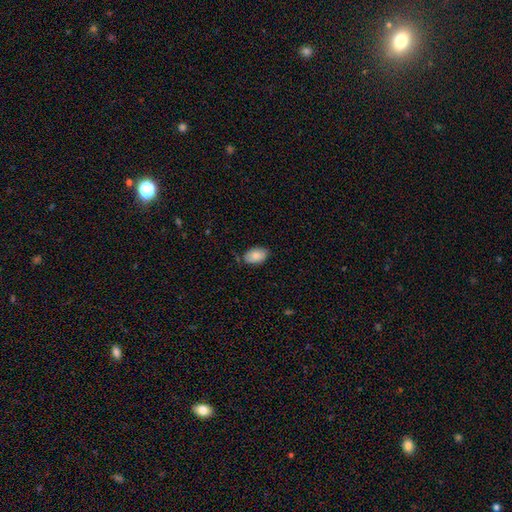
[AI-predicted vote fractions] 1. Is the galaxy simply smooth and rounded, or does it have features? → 85% smooth, 8% featured or disk, 7% star or artifact.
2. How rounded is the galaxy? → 92% in between, 7% round, 1% cigar-shaped.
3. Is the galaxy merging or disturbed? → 77% none, 18% minor disturbance, 3% major disturbance, 2% merger.